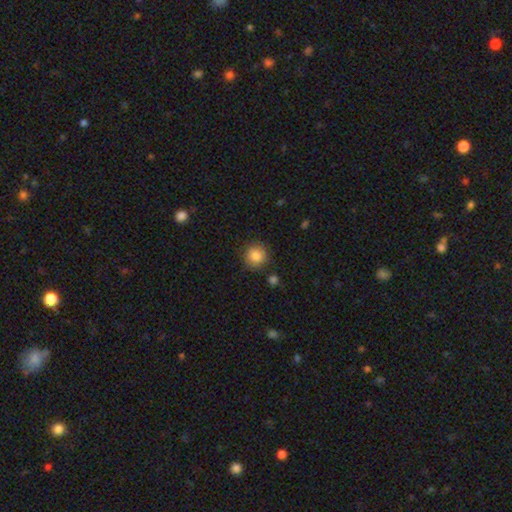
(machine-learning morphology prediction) This appears to be a smooth galaxy with no disk features (85%) that is round (92%). Merging: none (87%).